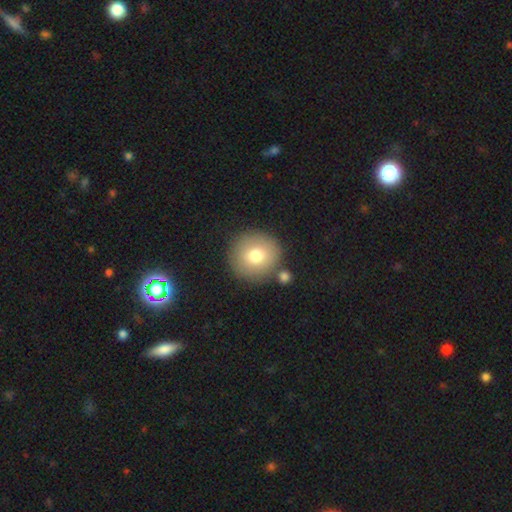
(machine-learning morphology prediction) type=smooth (77%); roundness=round (93%); merging=none (80%).